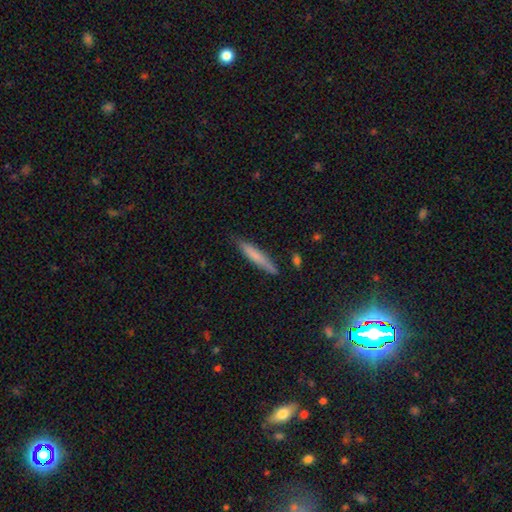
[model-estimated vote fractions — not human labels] Q: Smooth or featured?
A: smooth (71%); runner-up: featured or disk (23%)
Q: How rounded?
A: cigar-shaped (93%); runner-up: in between (6%)
Q: Merging?
A: none (84%); runner-up: minor disturbance (12%)